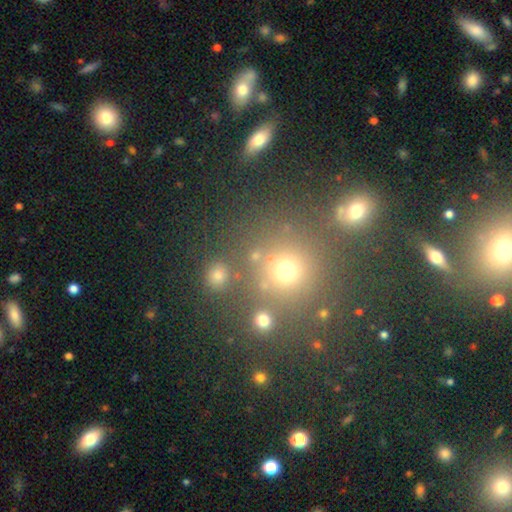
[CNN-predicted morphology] A smooth galaxy with no disk features (66%) that is round (87%). Merging: none (74%).